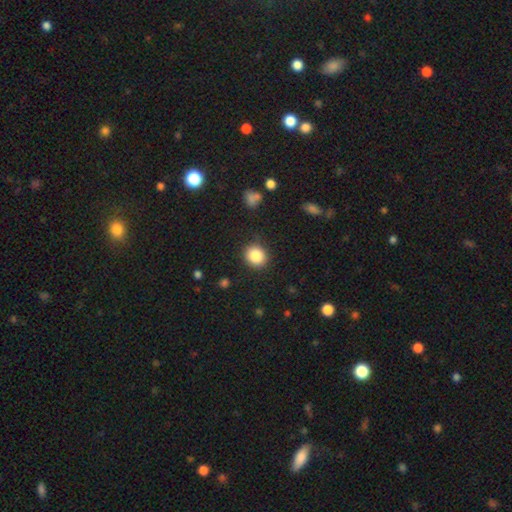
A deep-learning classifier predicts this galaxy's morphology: Q: Smooth or featured?
A: smooth (85%); runner-up: star or artifact (9%)
Q: How rounded?
A: round (78%); runner-up: in between (21%)
Q: Merging?
A: none (88%); runner-up: minor disturbance (8%)